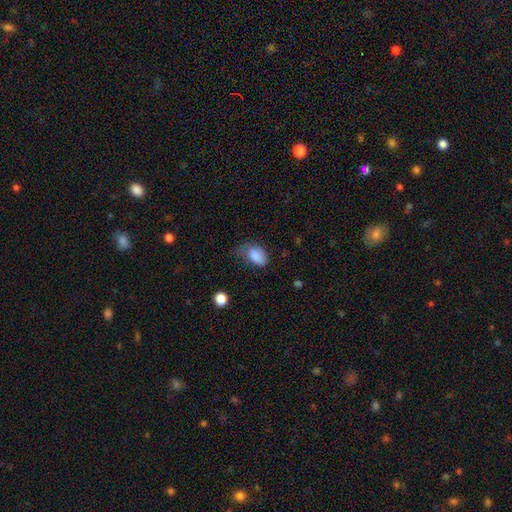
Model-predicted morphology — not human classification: Q: Smooth or featured?
A: smooth (84%); runner-up: featured or disk (9%)
Q: How rounded?
A: in between (89%); runner-up: round (10%)
Q: Merging?
A: minor disturbance (38%); runner-up: none (34%)